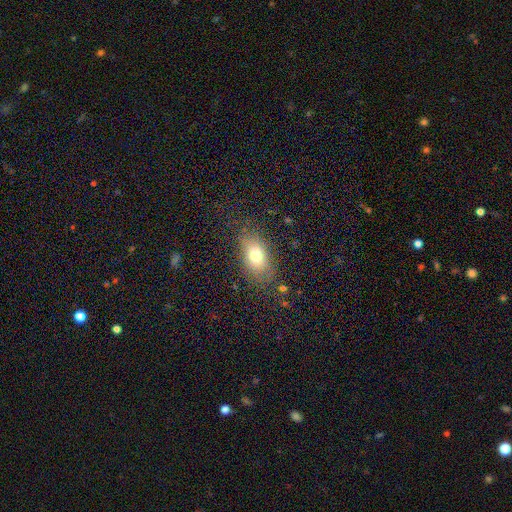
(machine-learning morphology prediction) The model was most divided on "smooth or featured": smooth: 74%, featured or disk: 15%, star or artifact: 11%. More confident: how rounded — in between (85%); merging — none (77%).